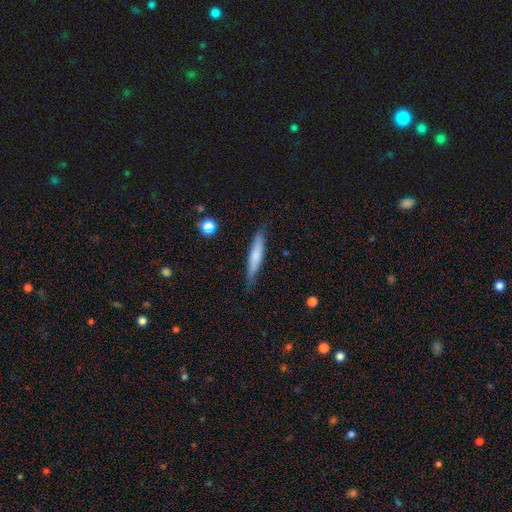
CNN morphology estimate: This appears to be a smooth galaxy with no disk features (66%) that is cigar-shaped (90%). Merging: none (81%).